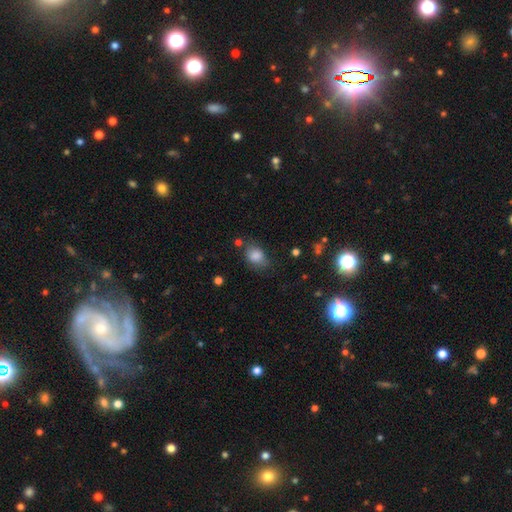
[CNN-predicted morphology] smooth 83%, star or artifact 9%, featured or disk 8%. Down the decision tree: how rounded — in between (72%); merging — none (59%).